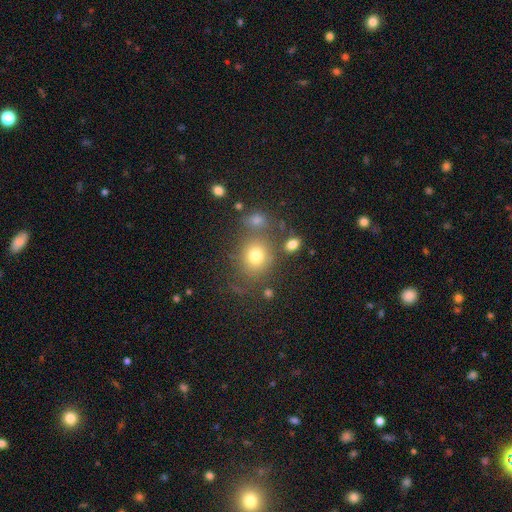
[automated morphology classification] Q: Smooth or featured?
A: smooth (74%); runner-up: star or artifact (16%)
Q: How rounded?
A: round (76%); runner-up: in between (24%)
Q: Merging?
A: none (67%); runner-up: merger (14%)